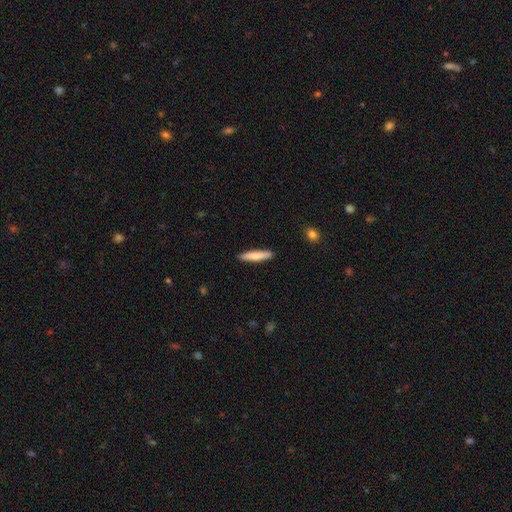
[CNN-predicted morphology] This appears to be a smooth galaxy with no disk features (76%) that is cigar-shaped (88%). Merging: none (91%).